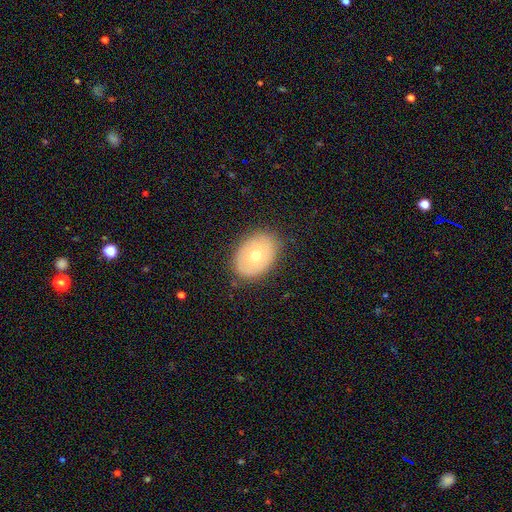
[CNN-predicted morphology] The model was most divided on "smooth or featured": smooth: 59%, featured or disk: 34%, star or artifact: 8%. More confident: merging — none (84%); how rounded — in between (74%).